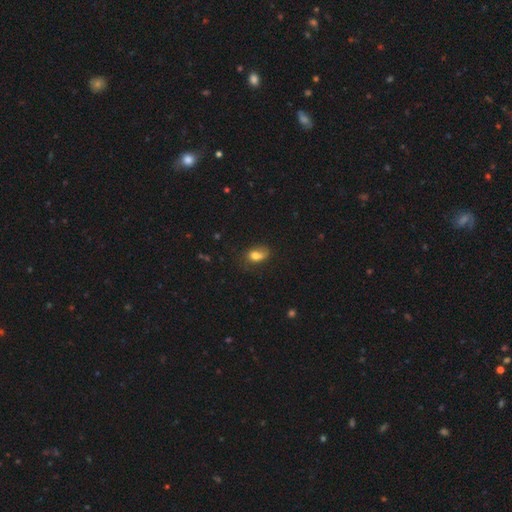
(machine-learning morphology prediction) type=smooth (73%); roundness=in between (75%); merging=none (46%).